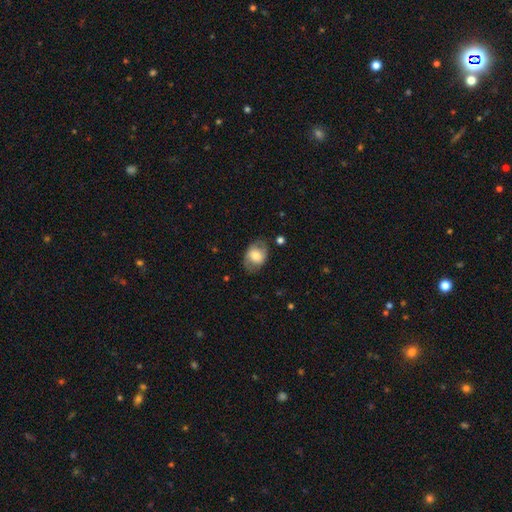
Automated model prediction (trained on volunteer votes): Q: Smooth or featured?
A: smooth (62%); runner-up: featured or disk (31%)
Q: How rounded?
A: in between (74%); runner-up: round (25%)
Q: Merging?
A: none (73%); runner-up: minor disturbance (18%)